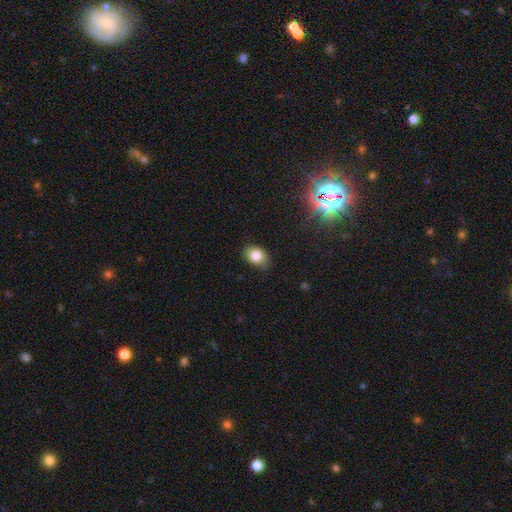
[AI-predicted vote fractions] Smooth or featured? smooth (81%)
How rounded? in between (73%)
Merging? none (80%)